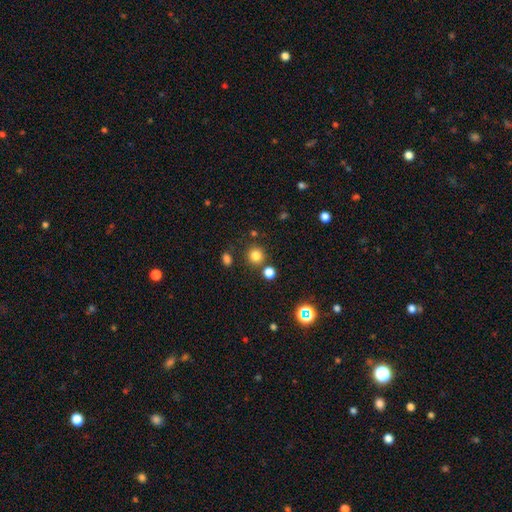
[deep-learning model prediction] smooth-or-featured: smooth: 81% | star or artifact: 14% | featured or disk: 5%
  how-rounded: round: 91% | in between: 8% | cigar-shaped: 1%
  merging: none: 80% | merger: 9% | minor disturbance: 8% | major disturbance: 3%